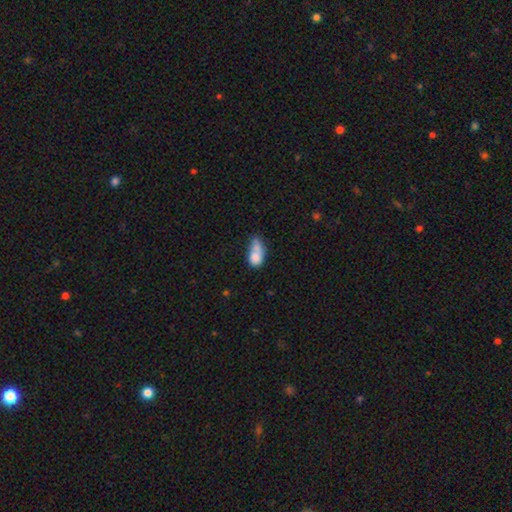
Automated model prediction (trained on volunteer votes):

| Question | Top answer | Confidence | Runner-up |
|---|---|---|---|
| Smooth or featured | smooth | 75% | featured or disk (16%) |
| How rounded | in between | 80% | round (13%) |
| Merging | merger | 36% | minor disturbance (24%) |